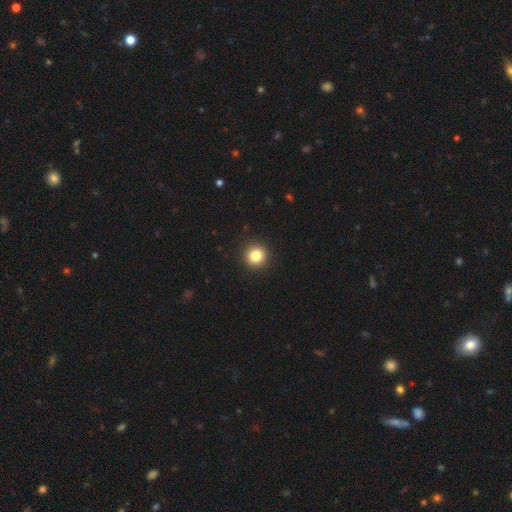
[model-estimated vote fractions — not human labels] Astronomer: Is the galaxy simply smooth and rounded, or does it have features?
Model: smooth — 84%.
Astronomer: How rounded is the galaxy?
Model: round — 93%.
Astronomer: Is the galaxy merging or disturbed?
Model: none — 92%.